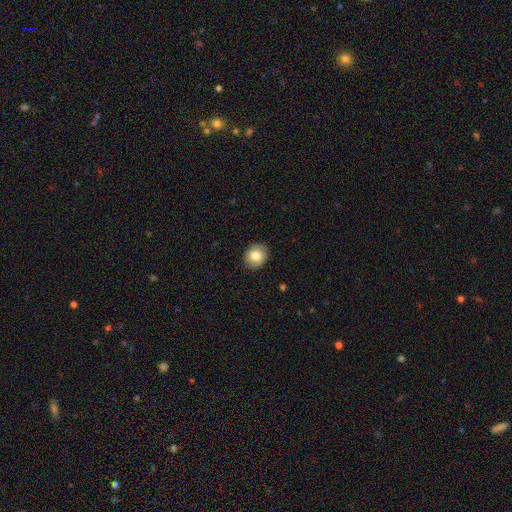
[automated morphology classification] smooth-or-featured: smooth: 80% | featured or disk: 12% | star or artifact: 8%
  how-rounded: round: 63% | in between: 36% | cigar-shaped: 1%
  merging: none: 89% | minor disturbance: 8% | major disturbance: 2% | merger: 1%